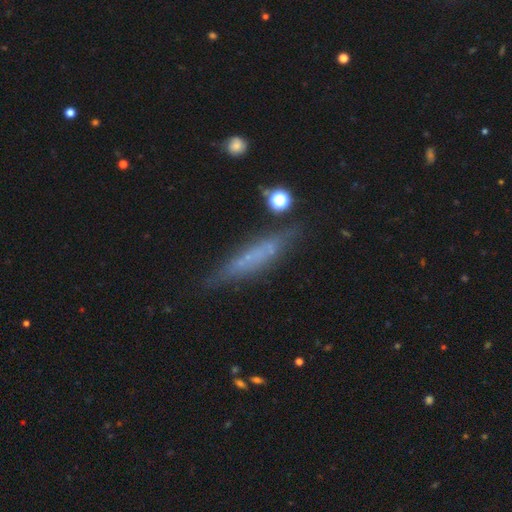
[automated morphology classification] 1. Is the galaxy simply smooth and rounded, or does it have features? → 45% featured or disk, 43% smooth, 12% star or artifact.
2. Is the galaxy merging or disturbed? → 72% none, 18% minor disturbance, 6% major disturbance, 4% merger.